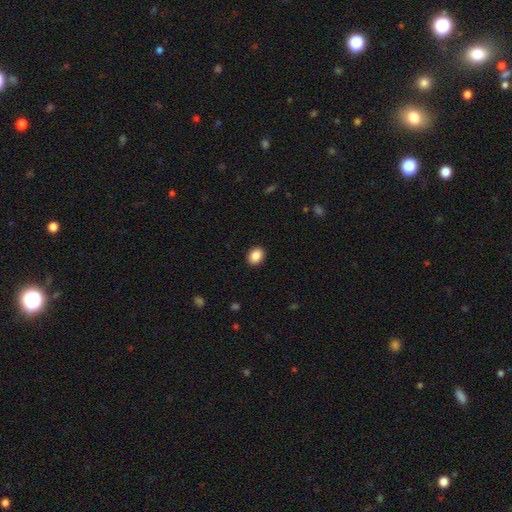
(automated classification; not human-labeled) Smooth or featured: smooth — 87% (star or artifact — 9%)
How rounded: round — 55% (in between — 44%)
Merging: none — 92% (minor disturbance — 6%)